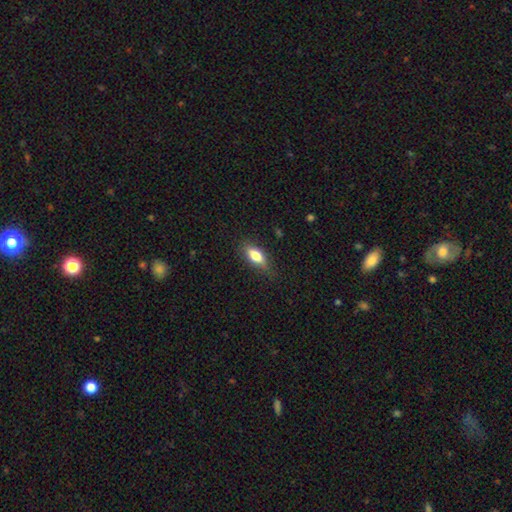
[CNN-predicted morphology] Overall: smooth (78%). How rounded: in between (79%). Merging: none (78%).